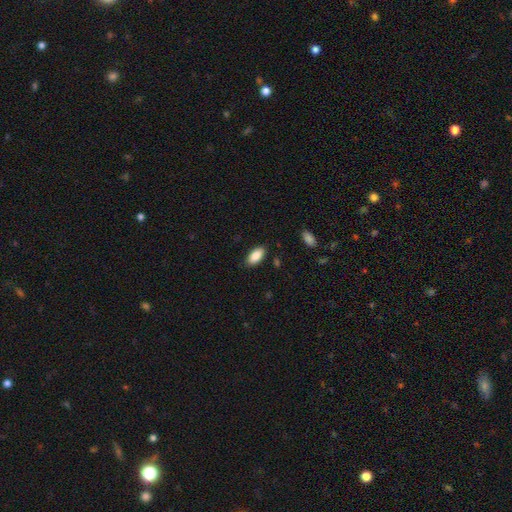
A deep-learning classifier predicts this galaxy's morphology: A smooth galaxy with no disk features (87%) that is in between round and cigar-shaped (92%). Merging: none (87%).